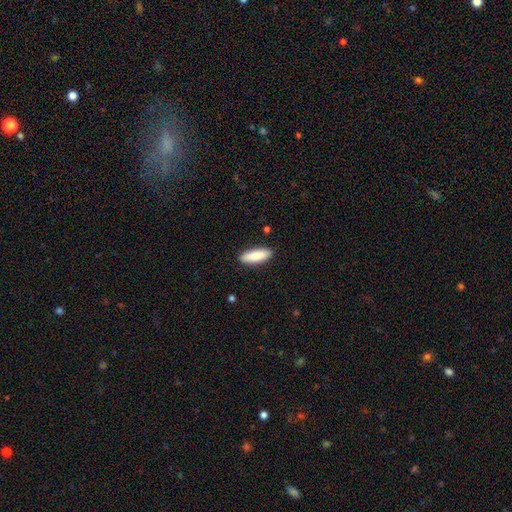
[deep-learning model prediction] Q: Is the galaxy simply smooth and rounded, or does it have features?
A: smooth — 89%.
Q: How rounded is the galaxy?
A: in between — 59%.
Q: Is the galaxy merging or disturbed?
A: none — 88%.